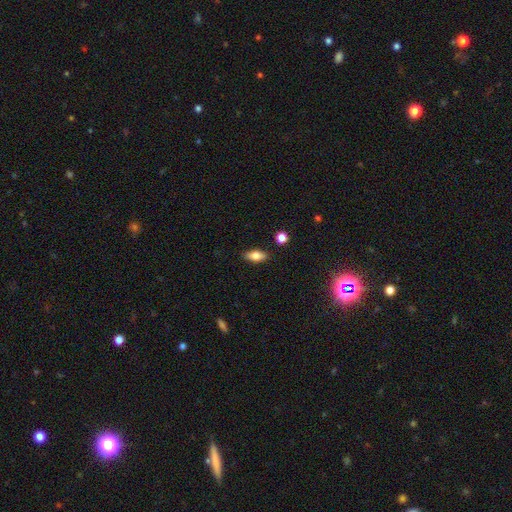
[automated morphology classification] A smooth galaxy with no disk features (78%) that is in between round and cigar-shaped (83%).

Vote fractions:
- Smooth or featured? smooth: 78% / featured or disk: 14% / star or artifact: 8%
- How rounded? in between: 83% / cigar-shaped: 14% / round: 4%
- Merging? none: 87% / minor disturbance: 9% / major disturbance: 2% / merger: 2%